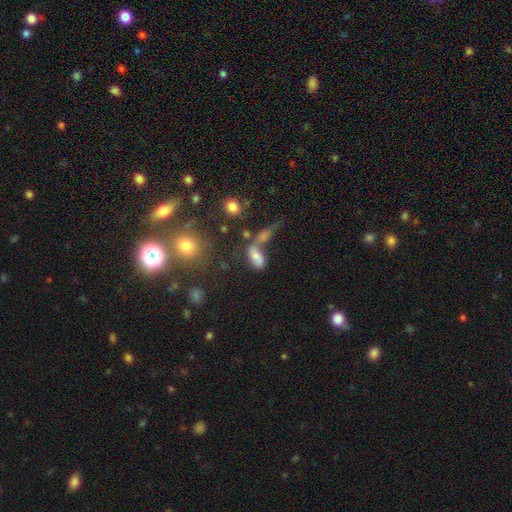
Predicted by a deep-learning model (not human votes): The model was most divided on "merging": merger: 45%, none: 31%, minor disturbance: 13%, major disturbance: 12%. More confident: how rounded — in between (82%); smooth or featured — smooth (64%).